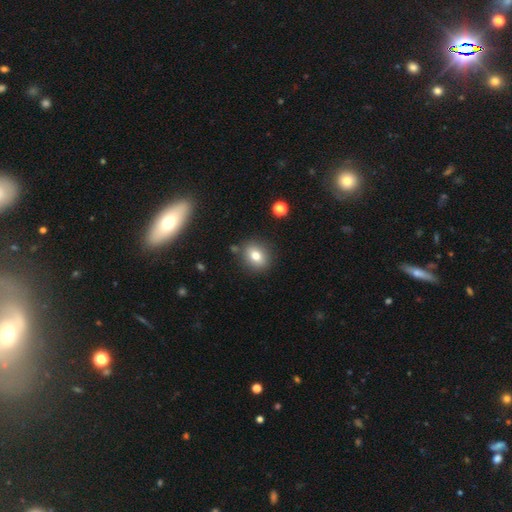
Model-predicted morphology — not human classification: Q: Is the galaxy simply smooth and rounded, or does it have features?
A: smooth — 78%.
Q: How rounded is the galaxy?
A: round — 56%.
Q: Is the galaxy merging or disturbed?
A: none — 84%.